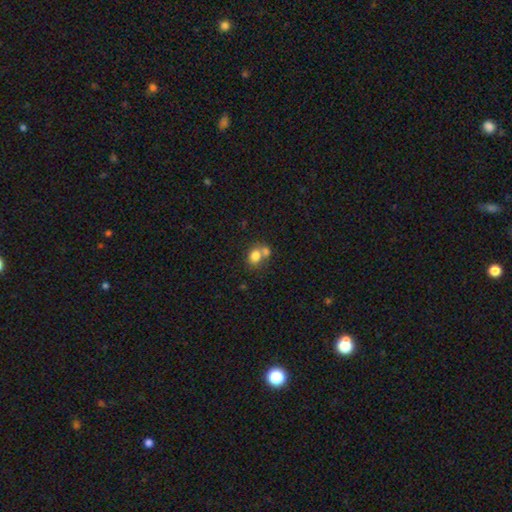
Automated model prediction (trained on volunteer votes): Morphology: type=smooth (78%); roundness=round (55%); merging=merger (48%).